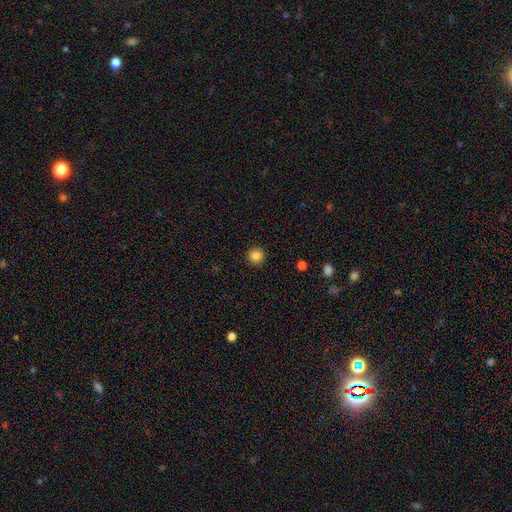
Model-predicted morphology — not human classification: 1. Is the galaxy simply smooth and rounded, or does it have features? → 85% smooth, 11% star or artifact, 4% featured or disk.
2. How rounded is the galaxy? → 94% round, 5% in between, 1% cigar-shaped.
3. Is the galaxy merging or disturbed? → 92% none, 5% minor disturbance, 2% major disturbance, 1% merger.